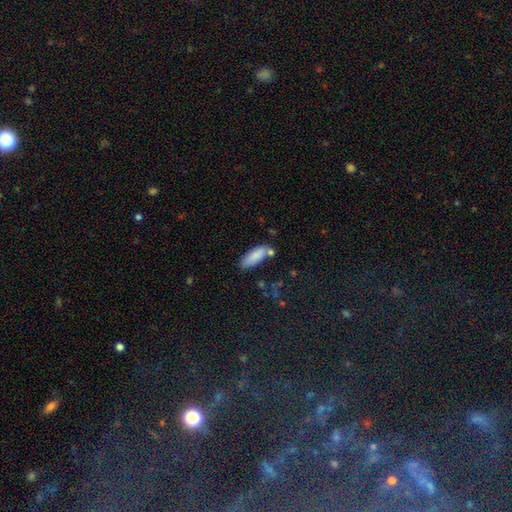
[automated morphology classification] smooth_or_featured: smooth (p=0.86) [alt: featured or disk p=0.08]
how_rounded: in between (p=0.72) [alt: cigar-shaped p=0.26]
merging: none (p=0.65) [alt: minor disturbance p=0.19]